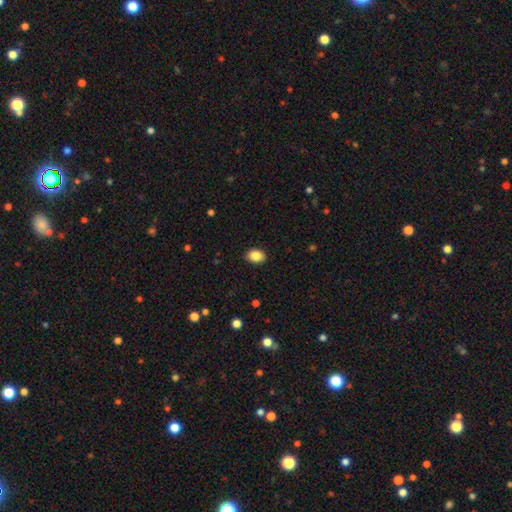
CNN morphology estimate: Smooth or featured? Predicted: smooth (p=0.86). How rounded? Predicted: in between (p=0.72). Merging? Predicted: none (p=0.88).